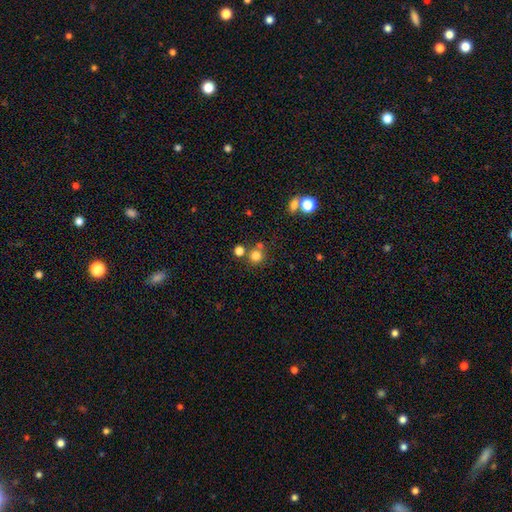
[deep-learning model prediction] Smooth or featured: smooth — 77% (star or artifact — 16%)
How rounded: round — 92% (in between — 7%)
Merging: none — 70% (merger — 19%)